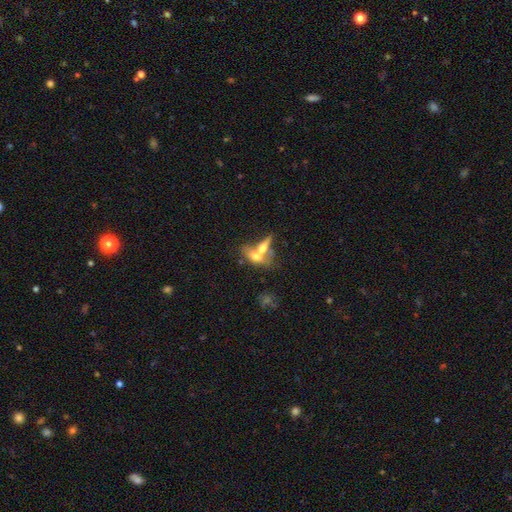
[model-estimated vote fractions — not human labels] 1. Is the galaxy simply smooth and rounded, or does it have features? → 53% smooth, 38% featured or disk, 9% star or artifact.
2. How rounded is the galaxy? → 65% in between, 25% cigar-shaped, 11% round.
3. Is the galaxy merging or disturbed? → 64% merger, 22% none, 7% minor disturbance, 6% major disturbance.